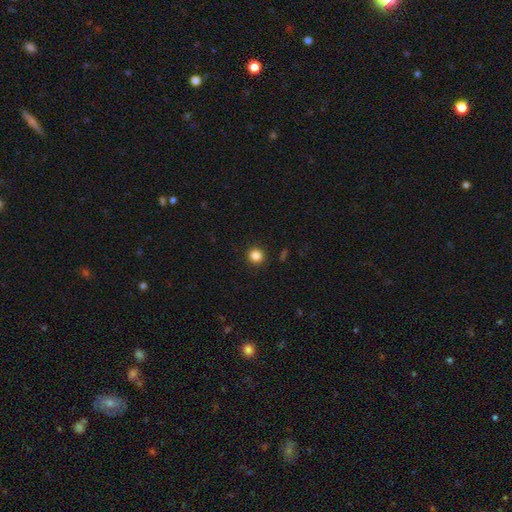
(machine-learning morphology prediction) smooth-or-featured: smooth: 85% | star or artifact: 12% | featured or disk: 4%
  how-rounded: round: 89% | in between: 10% | cigar-shaped: 1%
  merging: none: 92% | minor disturbance: 5% | major disturbance: 2% | merger: 1%